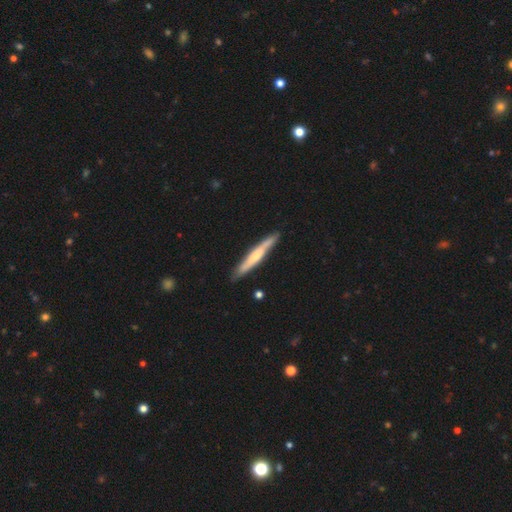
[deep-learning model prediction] Smooth or featured? featured or disk (52%)
Edge-on disk? yes (91%)
Merging? none (85%)